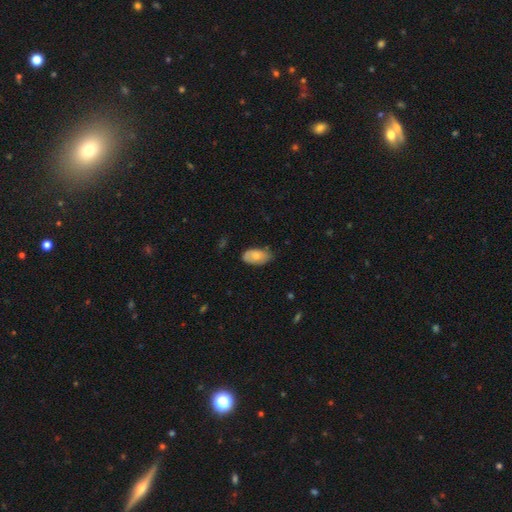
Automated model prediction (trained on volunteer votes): This is likely a smooth galaxy (70%). How rounded: clearly in between (94%). Merging: likely none (68%).